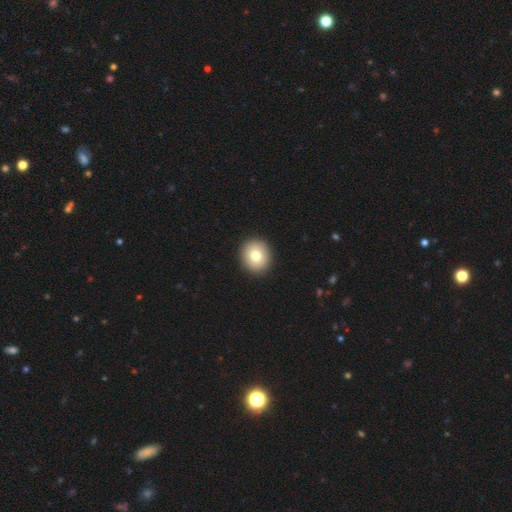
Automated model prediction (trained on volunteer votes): This appears to be a smooth galaxy with no disk features (78%) that is round (86%). Merging: none (93%).